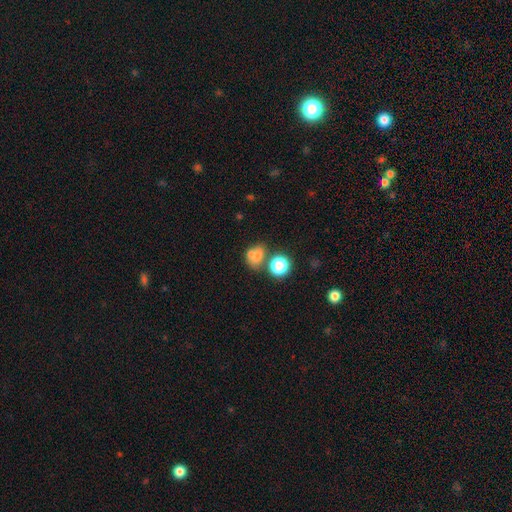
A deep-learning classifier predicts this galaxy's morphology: Smooth or featured?
  - smooth: 69% *
  - star or artifact: 16%
  - featured or disk: 15%
How rounded?
  - round: 54% *
  - in between: 45%
  - cigar-shaped: 1%
Merging?
  - merger: 41% *
  - none: 37%
  - minor disturbance: 14%
  - major disturbance: 8%